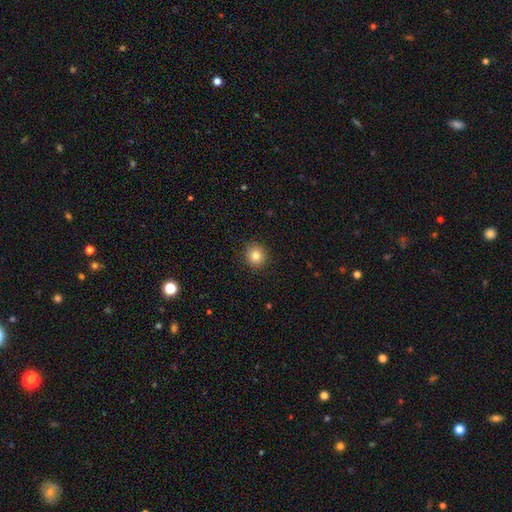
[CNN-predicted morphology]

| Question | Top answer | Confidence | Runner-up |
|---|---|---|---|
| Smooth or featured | smooth | 83% | star or artifact (11%) |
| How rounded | round | 91% | in between (8%) |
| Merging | none | 91% | minor disturbance (6%) |